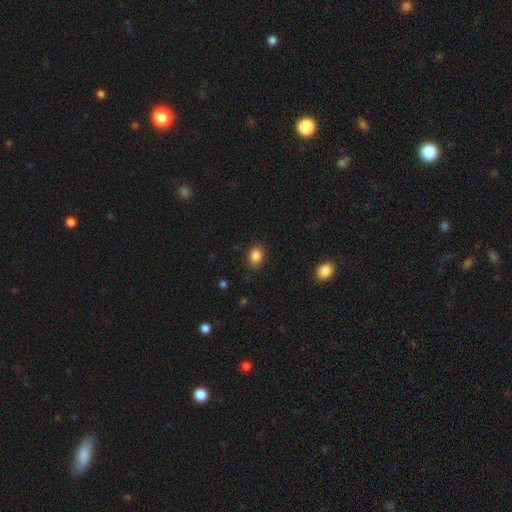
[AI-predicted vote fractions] This appears to be a smooth galaxy with no disk features (86%) that is in between round and cigar-shaped (51%). Merging: none (82%).